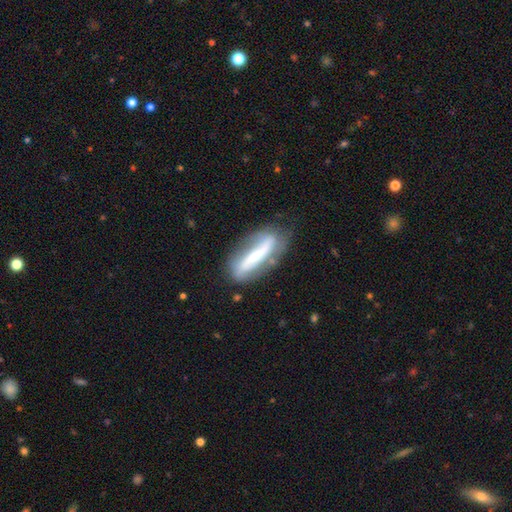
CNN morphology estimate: A featured or disk galaxy (72%) with a strong bar (67%), spiral arms (74%) and a small central bulge (50%). Merging: none (72%).